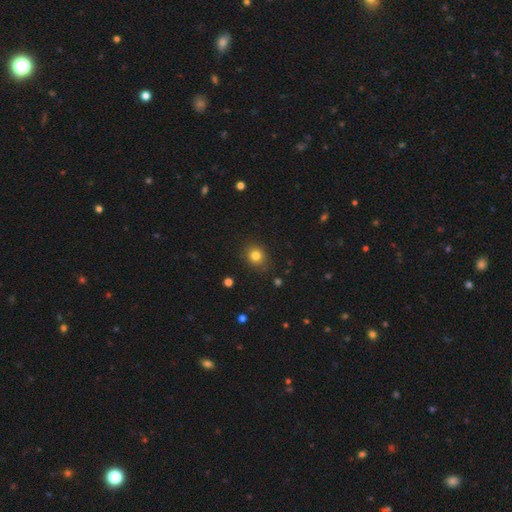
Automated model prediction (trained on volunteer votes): Q: Smooth or featured?
A: smooth (81%); runner-up: star or artifact (13%)
Q: How rounded?
A: round (79%); runner-up: in between (20%)
Q: Merging?
A: none (87%); runner-up: minor disturbance (9%)